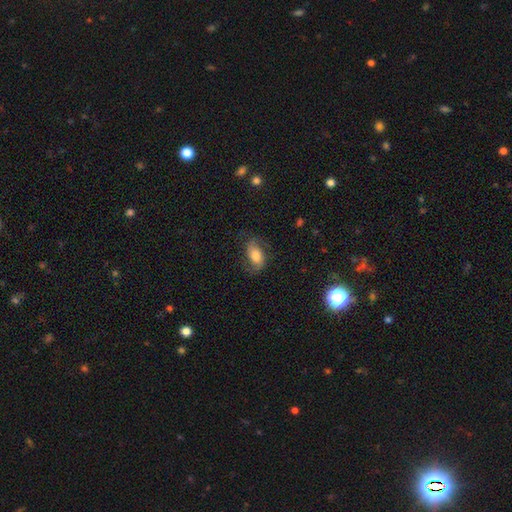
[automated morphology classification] Smooth or featured? smooth (49%)
Merging? none (66%)